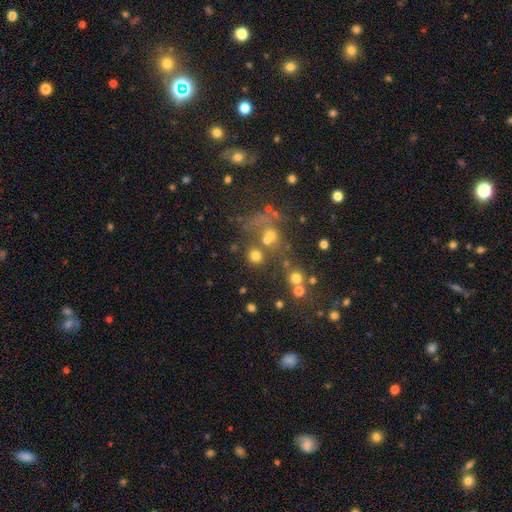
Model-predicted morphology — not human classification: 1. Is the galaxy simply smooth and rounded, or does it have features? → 72% smooth, 19% star or artifact, 9% featured or disk.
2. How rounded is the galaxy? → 86% round, 12% in between, 1% cigar-shaped.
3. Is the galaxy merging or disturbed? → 71% none, 14% merger, 9% minor disturbance, 6% major disturbance.